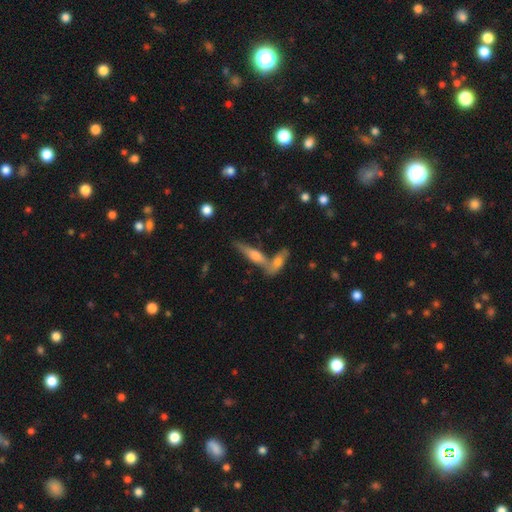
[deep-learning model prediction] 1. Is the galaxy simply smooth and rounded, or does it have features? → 57% featured or disk, 34% smooth, 9% star or artifact.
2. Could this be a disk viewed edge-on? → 91% yes, 9% no.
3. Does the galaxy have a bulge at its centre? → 82% rounded, 10% boxy, 8% none.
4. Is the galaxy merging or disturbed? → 51% none, 36% merger, 9% minor disturbance, 4% major disturbance.